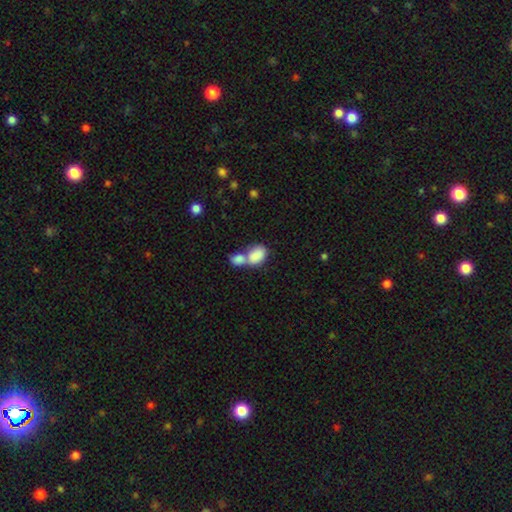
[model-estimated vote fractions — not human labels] This appears to be a smooth galaxy with no disk features (85%) that is in between round and cigar-shaped (87%). Merging: merger (68%).